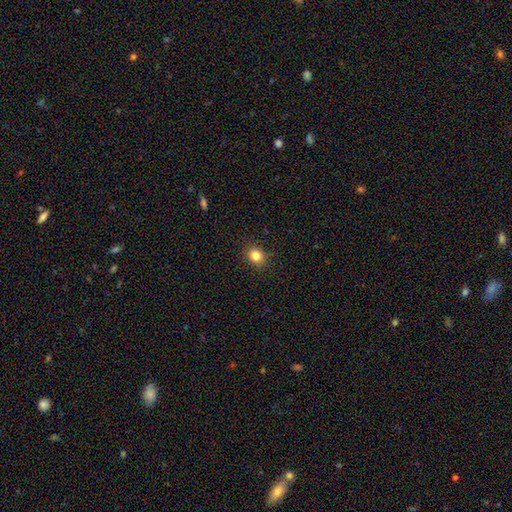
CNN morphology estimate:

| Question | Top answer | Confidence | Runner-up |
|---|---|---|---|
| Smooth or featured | smooth | 83% | star or artifact (12%) |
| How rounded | round | 73% | in between (26%) |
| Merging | none | 88% | minor disturbance (8%) |